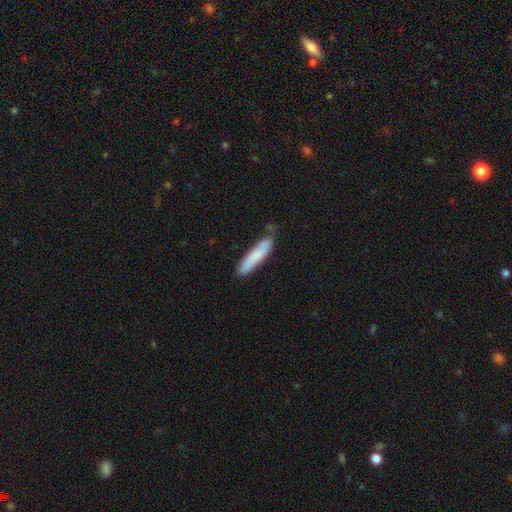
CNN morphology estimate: The model was most divided on "merging": none: 68%, minor disturbance: 24%, major disturbance: 4%, merger: 4%. More confident: how rounded — cigar-shaped (84%); smooth or featured — smooth (73%).